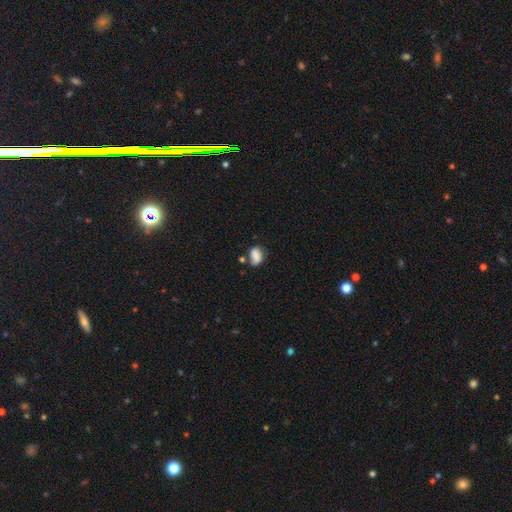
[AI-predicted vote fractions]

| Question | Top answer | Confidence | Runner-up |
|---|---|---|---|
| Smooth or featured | smooth | 77% | featured or disk (13%) |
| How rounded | in between | 79% | round (19%) |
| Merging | none | 44% | minor disturbance (27%) |